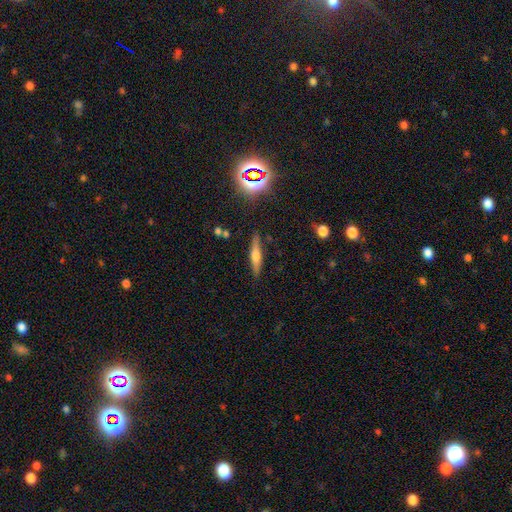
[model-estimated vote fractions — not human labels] Smooth or featured?
  - featured or disk: 45% * (tied)
  - smooth: 45% * (tied)
  - star or artifact: 10%
Merging?
  - none: 86% *
  - minor disturbance: 10%
  - major disturbance: 2%
  - merger: 2%